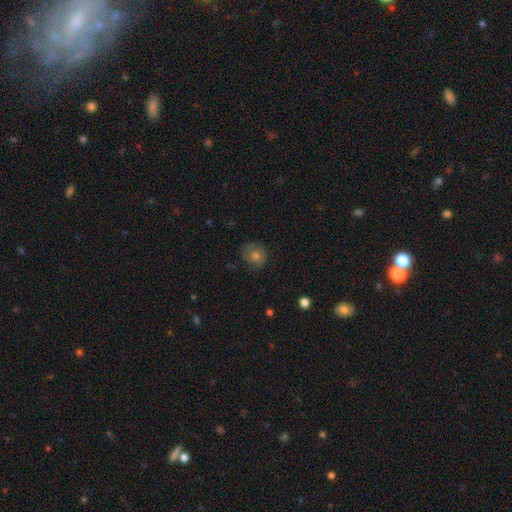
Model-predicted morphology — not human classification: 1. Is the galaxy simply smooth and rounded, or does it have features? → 55% smooth, 30% featured or disk, 15% star or artifact.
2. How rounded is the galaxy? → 83% round, 16% in between, 1% cigar-shaped.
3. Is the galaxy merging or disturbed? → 75% none, 17% minor disturbance, 6% major disturbance, 1% merger.